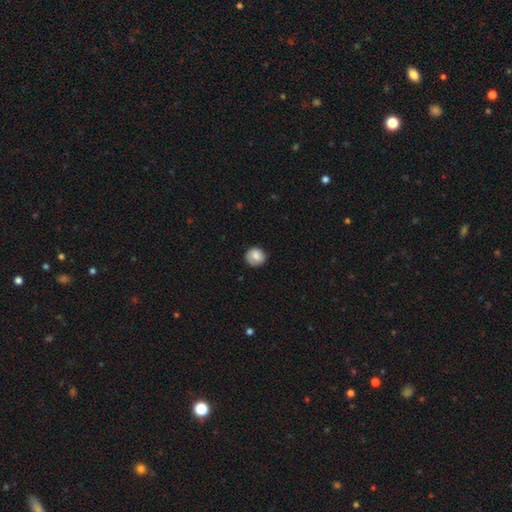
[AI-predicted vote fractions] Q: Smooth or featured?
A: smooth (78%); runner-up: featured or disk (15%)
Q: How rounded?
A: round (85%); runner-up: in between (14%)
Q: Merging?
A: none (79%); runner-up: minor disturbance (16%)